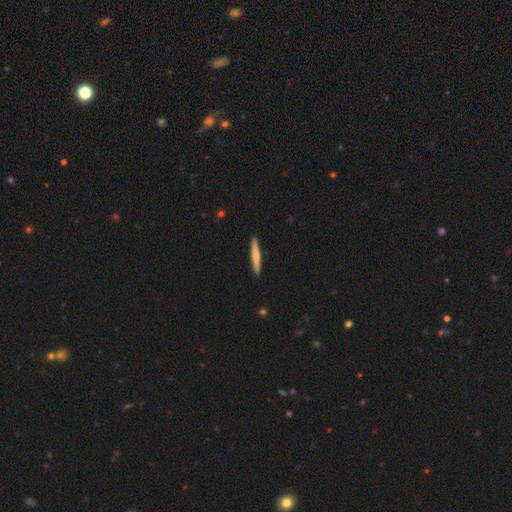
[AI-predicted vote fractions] smooth-or-featured: smooth: 60% | featured or disk: 35% | star or artifact: 5%
  how-rounded: cigar-shaped: 95% | in between: 4% | round: 1%
  merging: none: 92% | minor disturbance: 6% | major disturbance: 1% | merger: 1%